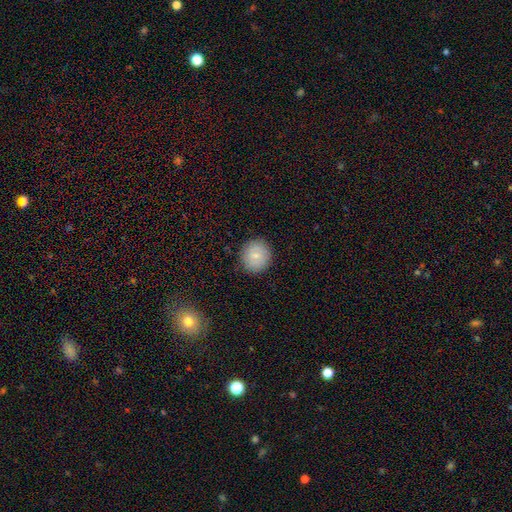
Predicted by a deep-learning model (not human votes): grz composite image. It shows a smooth galaxy with no disk features (81%) that is round (89%). Merging: none (89%).